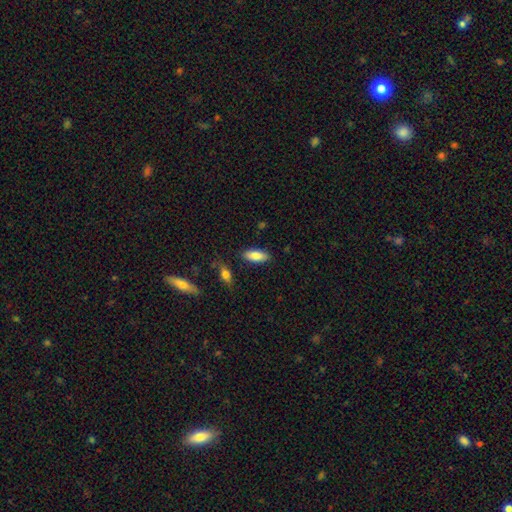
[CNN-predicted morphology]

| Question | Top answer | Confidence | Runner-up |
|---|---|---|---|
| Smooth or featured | smooth | 85% | featured or disk (8%) |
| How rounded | in between | 79% | cigar-shaped (19%) |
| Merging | none | 86% | minor disturbance (10%) |